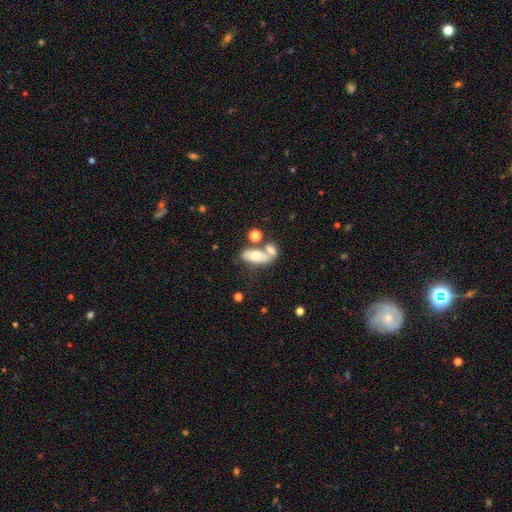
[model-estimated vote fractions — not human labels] This appears to be a smooth galaxy with no disk features (53%) that is in between round and cigar-shaped (80%). Merging: merger (42%).